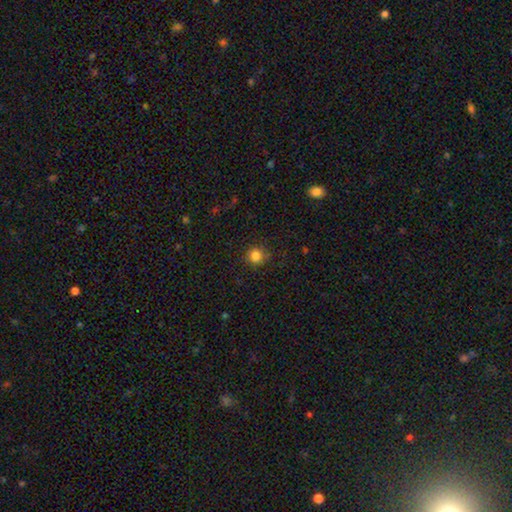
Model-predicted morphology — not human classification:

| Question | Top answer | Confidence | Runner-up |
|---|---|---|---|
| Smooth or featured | smooth | 83% | star or artifact (12%) |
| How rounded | round | 88% | in between (11%) |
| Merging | none | 85% | minor disturbance (11%) |